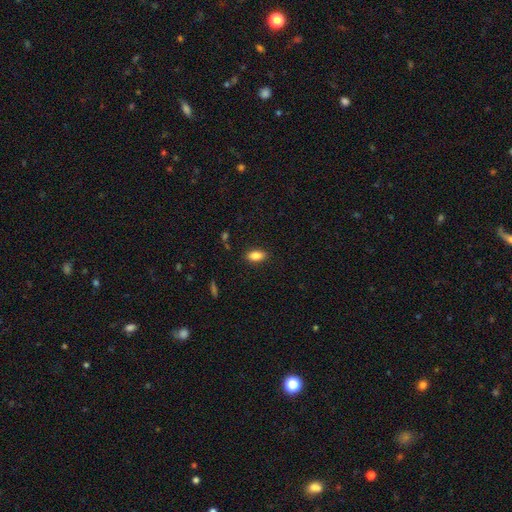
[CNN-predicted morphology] This is clearly a smooth galaxy (84%). How rounded: clearly in between (88%). Merging: clearly none (87%).